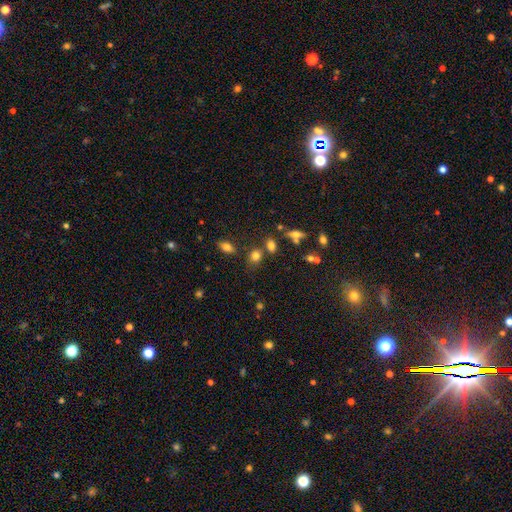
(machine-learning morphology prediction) A smooth galaxy with no disk features (78%) that is round (53%).

Vote fractions:
- Smooth or featured? smooth: 78% / star or artifact: 15% / featured or disk: 7%
- How rounded? round: 53% / in between: 45% / cigar-shaped: 2%
- Merging? none: 65% / merger: 16% / minor disturbance: 14% / major disturbance: 5%